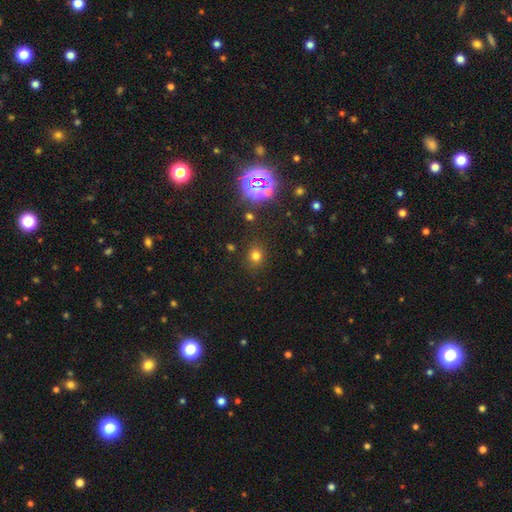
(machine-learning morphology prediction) Q: Smooth or featured?
A: smooth (72%); runner-up: star or artifact (21%)
Q: How rounded?
A: round (72%); runner-up: in between (27%)
Q: Merging?
A: none (85%); runner-up: minor disturbance (9%)